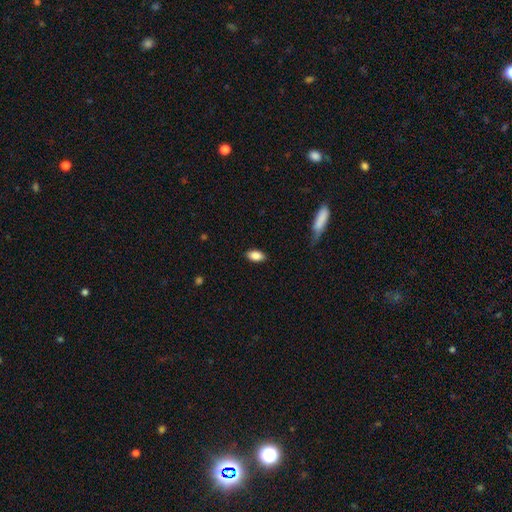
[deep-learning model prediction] smooth-or-featured: smooth: 87% | star or artifact: 7% | featured or disk: 6%
  how-rounded: in between: 91% | cigar-shaped: 5% | round: 4%
  merging: none: 87% | minor disturbance: 10% | major disturbance: 2% | merger: 1%